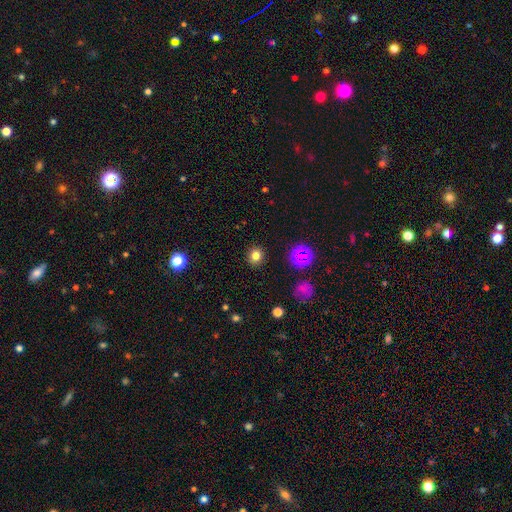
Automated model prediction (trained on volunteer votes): Smooth or featured? Predicted: smooth (p=0.77). How rounded? Predicted: round (p=0.81). Merging? Predicted: none (p=0.90).